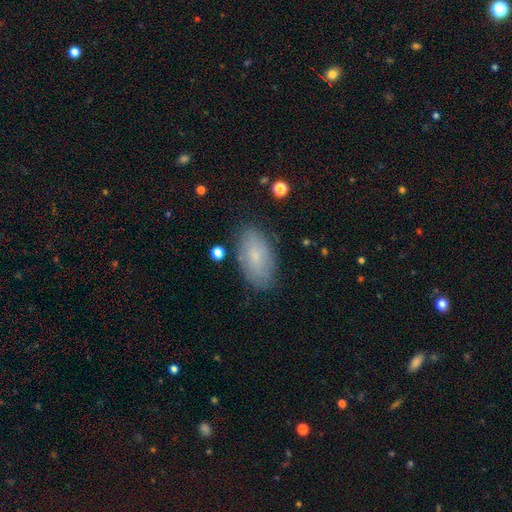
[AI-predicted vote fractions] A smooth galaxy with no disk features (70%) that is in between round and cigar-shaped (94%). Merging: none (80%).